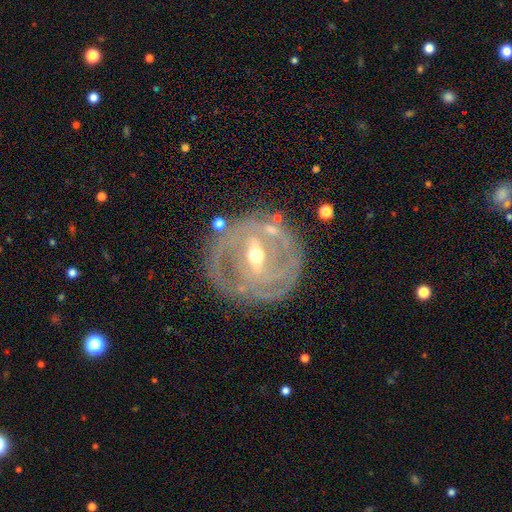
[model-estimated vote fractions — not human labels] smooth_or_featured: featured or disk (p=0.87) [alt: smooth p=0.07]
disk_edge_on: no (p=0.95) [alt: yes p=0.05]
bar: strong (p=0.50) [alt: weak p=0.37]
has_spiral_arms: yes (p=0.87) [alt: no p=0.13]
spiral_winding: tight (p=0.73) [alt: medium p=0.21]
spiral_arm_count: can't tell (p=0.33) [alt: 2 p=0.29]
bulge_size: moderate (p=0.55) [alt: small p=0.41]
merging: none (p=0.76) [alt: minor disturbance p=0.15]